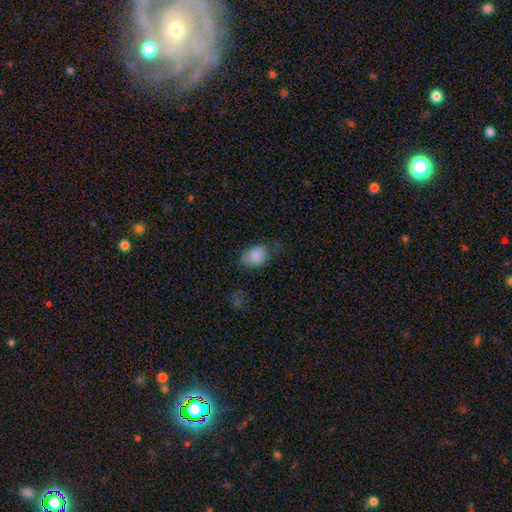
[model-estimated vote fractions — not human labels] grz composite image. It shows a smooth galaxy with no disk features (86%) that is in between round and cigar-shaped (78%). Merging: none (48%).